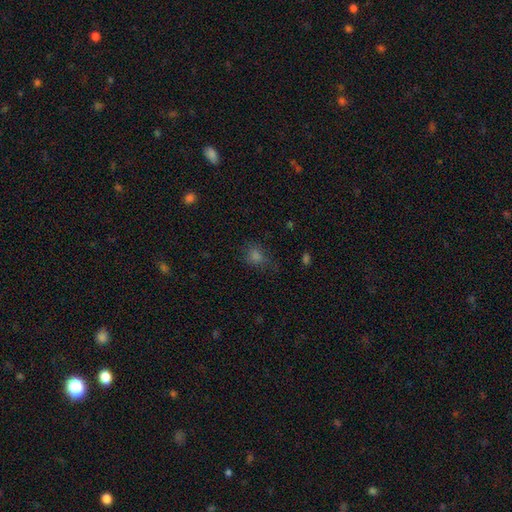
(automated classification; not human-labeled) smooth-or-featured: smooth: 66% | star or artifact: 25% | featured or disk: 8%
  how-rounded: round: 62% | in between: 36% | cigar-shaped: 2%
  merging: none: 69% | minor disturbance: 20% | major disturbance: 10% | merger: 2%